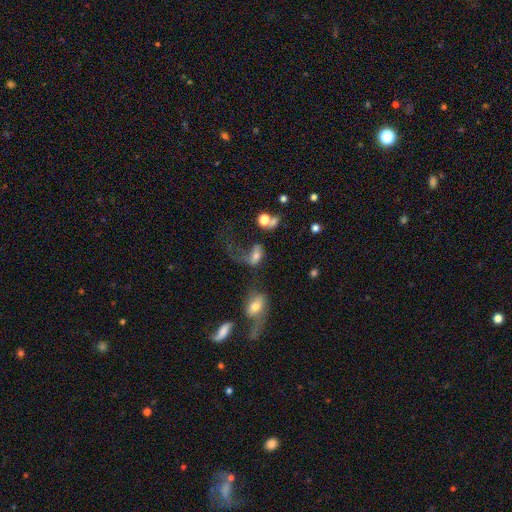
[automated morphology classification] smooth-or-featured: smooth: 53% | featured or disk: 34% | star or artifact: 14%
  how-rounded: in between: 79% | round: 16% | cigar-shaped: 5%
  merging: major disturbance: 47% | merger: 23% | none: 18% | minor disturbance: 13%